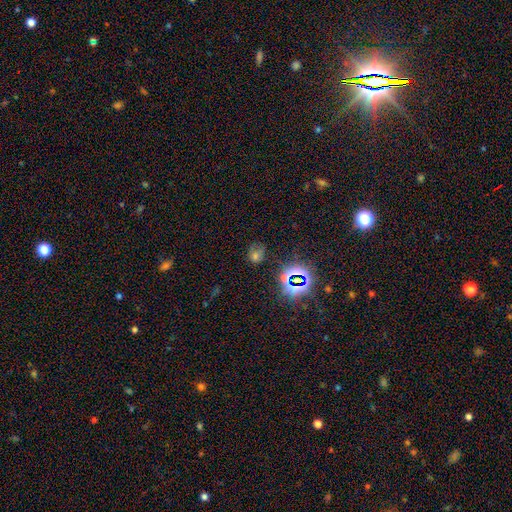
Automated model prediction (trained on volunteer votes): Smooth or featured?
  - star or artifact: 47% *
  - smooth: 40%
  - featured or disk: 13%